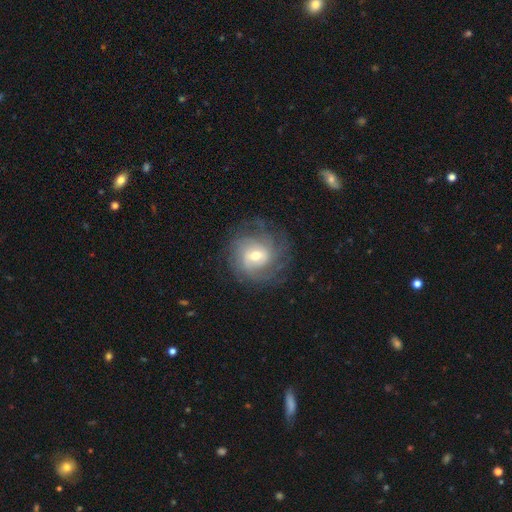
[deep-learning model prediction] Morphology: type=featured or disk (73%); edge-on=no (97%); bar=weak (48%); spiral arms=yes (88%); winding=tight (59%); arm count=can't tell (48%); bulge=moderate (61%); merging=none (74%).